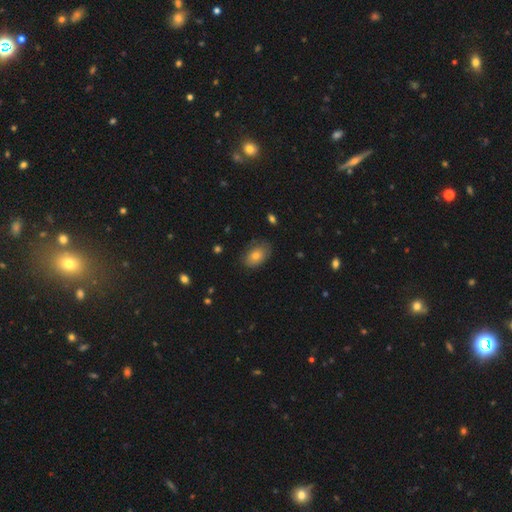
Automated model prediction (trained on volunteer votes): This is likely a smooth galaxy (74%). How rounded: clearly in between (86%). Merging: likely none (78%).